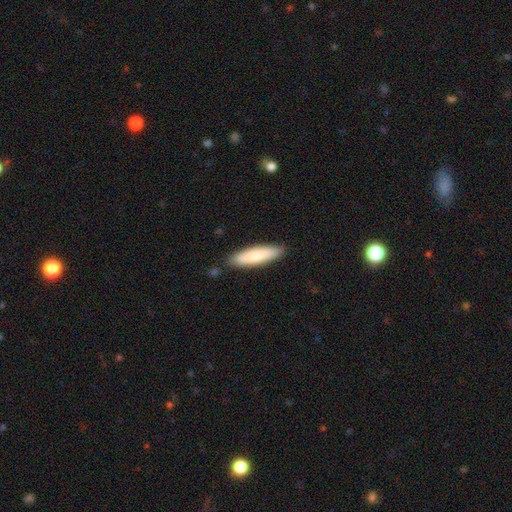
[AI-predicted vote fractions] Smooth or featured? smooth (78%)
How rounded? cigar-shaped (66%)
Merging? none (86%)